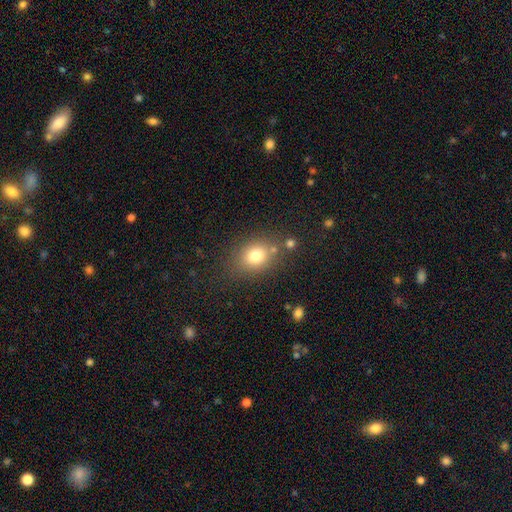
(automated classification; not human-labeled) Overall: smooth (77%). How rounded: in between (50%; round 49%). Merging: none (72%).